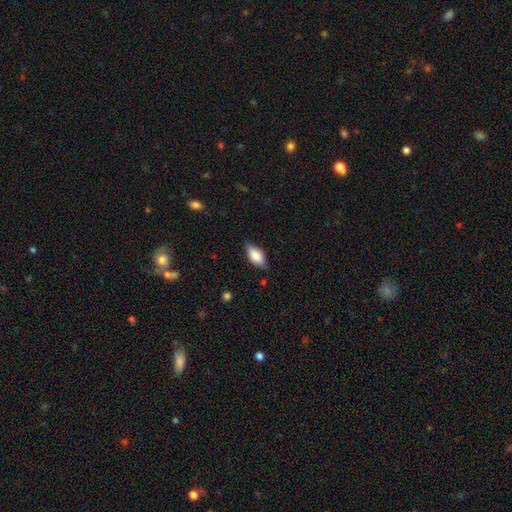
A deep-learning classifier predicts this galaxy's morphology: A smooth galaxy with no disk features (79%) that is in between round and cigar-shaped (89%).

Vote fractions:
- Smooth or featured? smooth: 79% / featured or disk: 14% / star or artifact: 7%
- How rounded? in between: 89% / cigar-shaped: 8% / round: 3%
- Merging? none: 74% / minor disturbance: 20% / major disturbance: 4% / merger: 1%